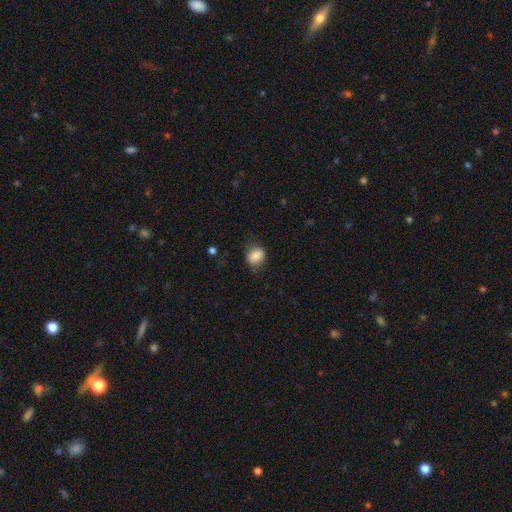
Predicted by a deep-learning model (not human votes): smooth-or-featured: smooth: 83% | star or artifact: 9% | featured or disk: 9%
  how-rounded: round: 52% | in between: 47% | cigar-shaped: 1%
  merging: none: 68% | minor disturbance: 23% | major disturbance: 8% | merger: 1%